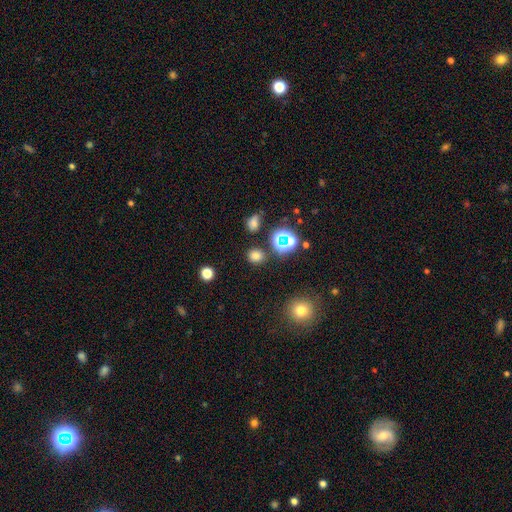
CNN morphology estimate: Smooth or featured: smooth — 71% (star or artifact — 23%)
How rounded: round — 75% (in between — 24%)
Merging: none — 84% (minor disturbance — 9%)